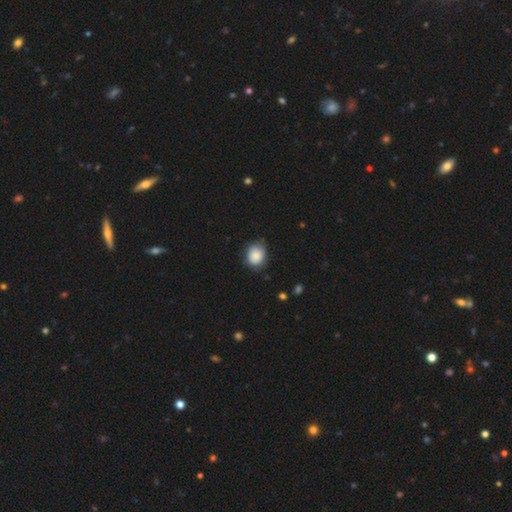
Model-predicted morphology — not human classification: Smooth or featured?
  - smooth: 87% *
  - star or artifact: 7%
  - featured or disk: 6%
How rounded?
  - round: 59% *
  - in between: 40%
  - cigar-shaped: 1%
Merging?
  - none: 67% *
  - minor disturbance: 27%
  - major disturbance: 5%
  - merger: 2%